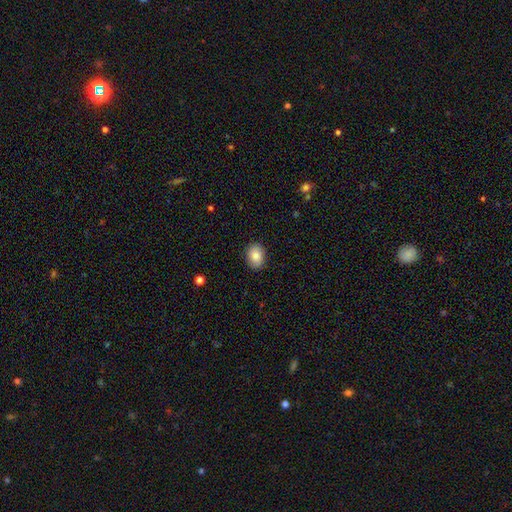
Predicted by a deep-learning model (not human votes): Overall: smooth (84%). How rounded: in between (66%; round 33%). Merging: none (87%).